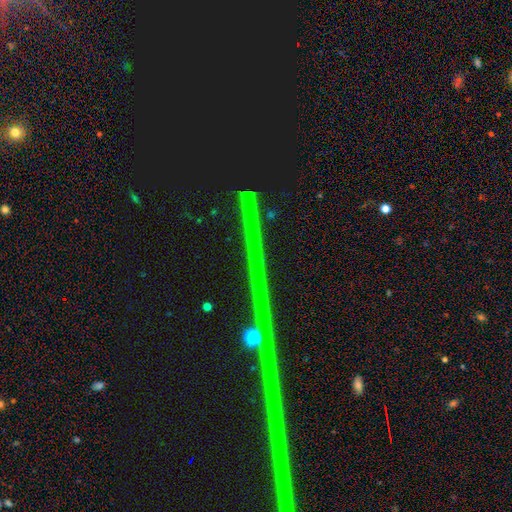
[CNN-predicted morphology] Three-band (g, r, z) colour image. It shows a star or artifact, not a galaxy (83%).